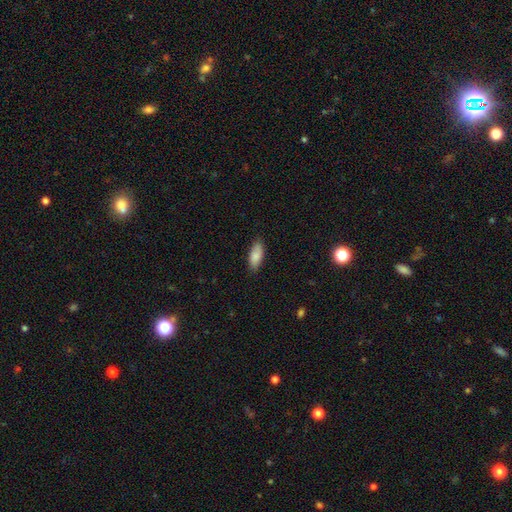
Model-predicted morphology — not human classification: This is clearly a smooth galaxy (86%). How rounded: clearly in between (82%). Merging: clearly none (84%).